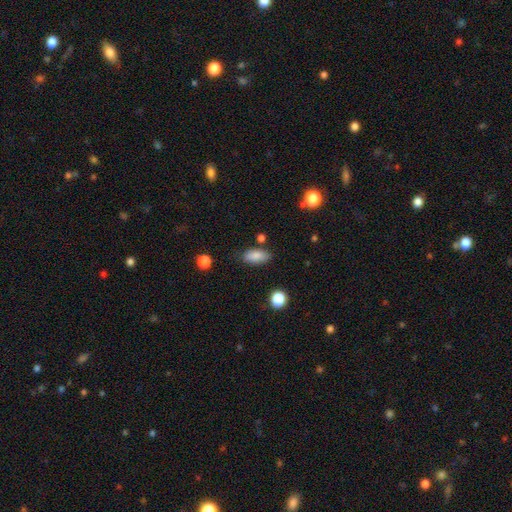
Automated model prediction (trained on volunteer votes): smooth-or-featured: smooth: 84% | star or artifact: 8% | featured or disk: 8%
  how-rounded: in between: 88% | cigar-shaped: 9% | round: 4%
  merging: none: 77% | minor disturbance: 15% | merger: 4% | major disturbance: 4%